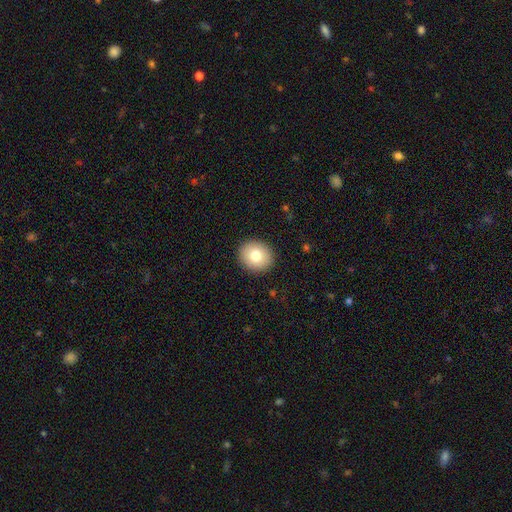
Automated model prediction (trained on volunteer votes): This appears to be a smooth galaxy with no disk features (78%) that is round (80%). Merging: none (91%).